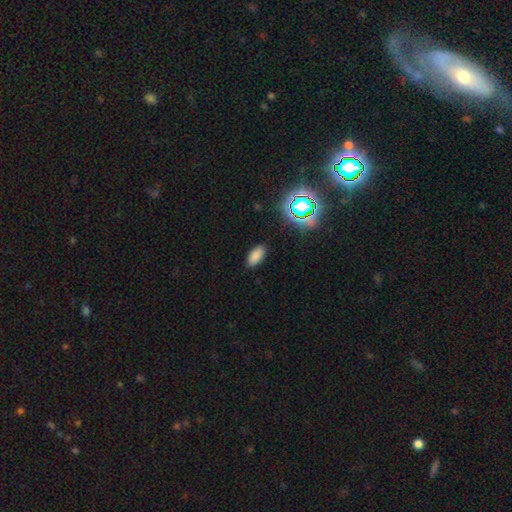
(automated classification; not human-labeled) This appears to be a smooth galaxy with no disk features (80%) that is in between round and cigar-shaped (92%). Merging: none (87%).